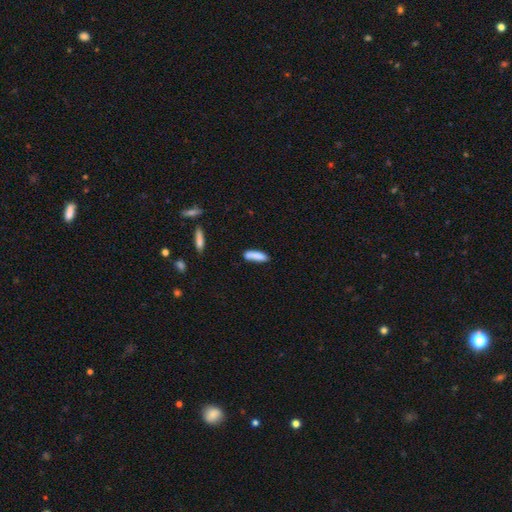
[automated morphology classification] smooth 81%, featured or disk 11%, star or artifact 8%. Down the decision tree: how rounded — cigar-shaped (61%); merging — none (57%).